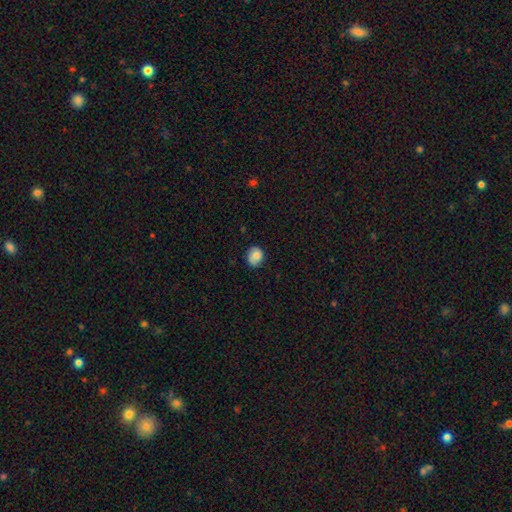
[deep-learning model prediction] Smooth or featured: smooth — 73% (featured or disk — 19%)
How rounded: round — 69% (in between — 30%)
Merging: none — 75% (minor disturbance — 20%)